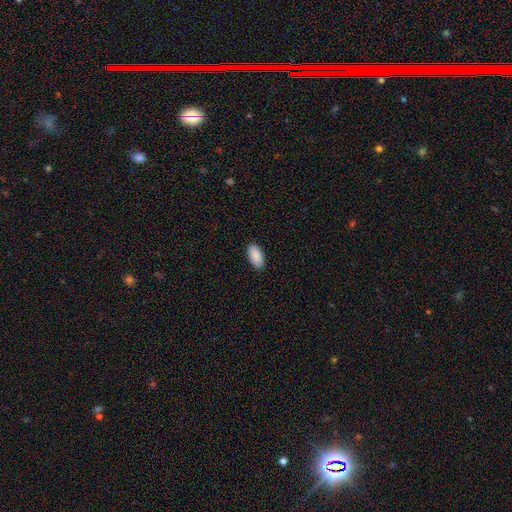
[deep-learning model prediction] Overall: smooth (90%). How rounded: in between (95%). Merging: none (90%).